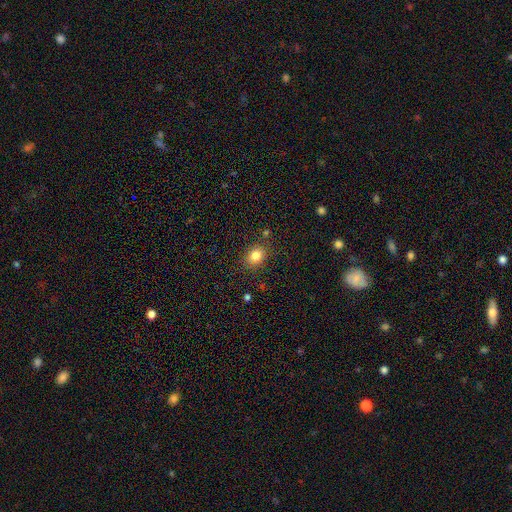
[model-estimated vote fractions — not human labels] Smooth or featured?
  - smooth: 83% *
  - star or artifact: 11%
  - featured or disk: 6%
How rounded?
  - in between: 51% *
  - round: 48%
  - cigar-shaped: 1%
Merging?
  - none: 83% *
  - minor disturbance: 11%
  - major disturbance: 3%
  - merger: 3%